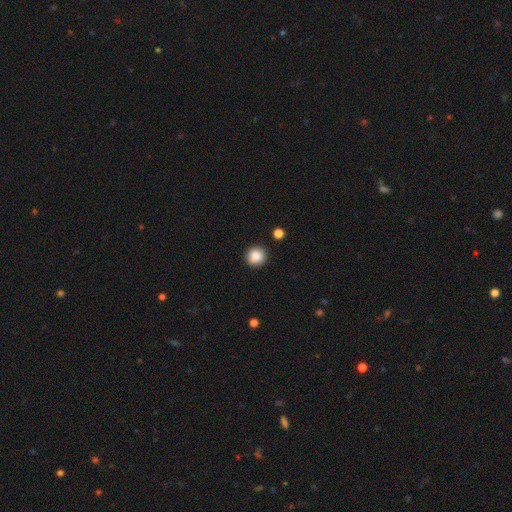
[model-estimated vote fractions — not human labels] smooth_or_featured: smooth (p=0.87) [alt: star or artifact p=0.09]
how_rounded: round (p=0.93) [alt: in between p=0.06]
merging: none (p=0.91) [alt: minor disturbance p=0.06]